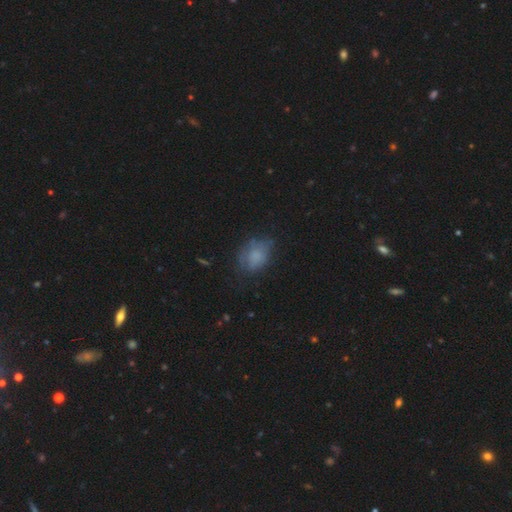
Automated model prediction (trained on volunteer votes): Smooth or featured? Predicted: smooth (p=0.65). How rounded? Predicted: in between (p=0.63). Merging? Predicted: none (p=0.54).